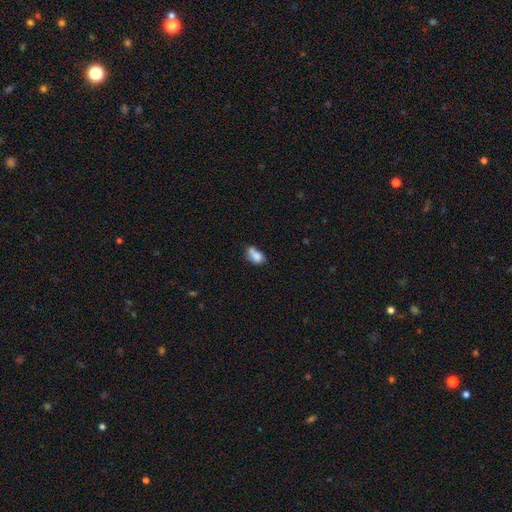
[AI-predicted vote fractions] A smooth galaxy with no disk features (79%) that is in between round and cigar-shaped (85%).

Vote fractions:
- Smooth or featured? smooth: 79% / featured or disk: 11% / star or artifact: 10%
- How rounded? in between: 85% / round: 12% / cigar-shaped: 3%
- Merging? none: 37% / minor disturbance: 28% / merger: 25% / major disturbance: 10%